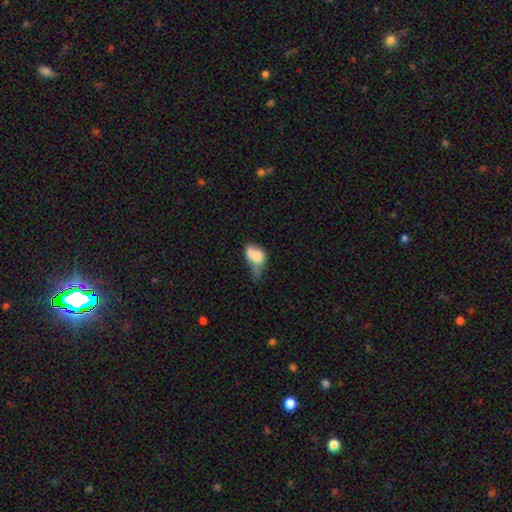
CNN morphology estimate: Q: Smooth or featured?
A: smooth (66%); runner-up: featured or disk (25%)
Q: How rounded?
A: in between (63%); runner-up: round (34%)
Q: Merging?
A: merger (44%); runner-up: major disturbance (20%)